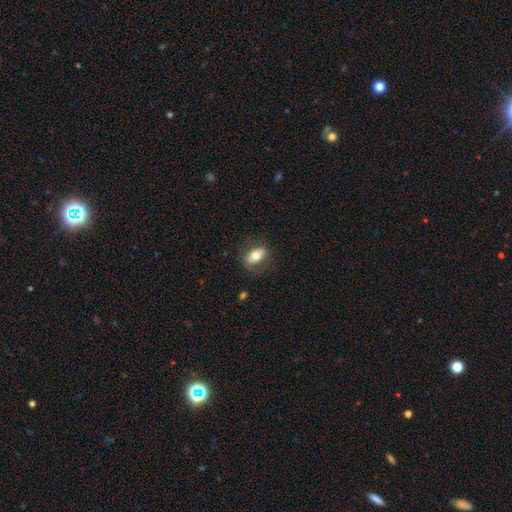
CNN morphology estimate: Smooth or featured?
  - smooth: 58% *
  - featured or disk: 36%
  - star or artifact: 7%
How rounded?
  - in between: 80% *
  - cigar-shaped: 12%
  - round: 8%
Merging?
  - none: 72% *
  - minor disturbance: 17%
  - major disturbance: 9%
  - merger: 1%